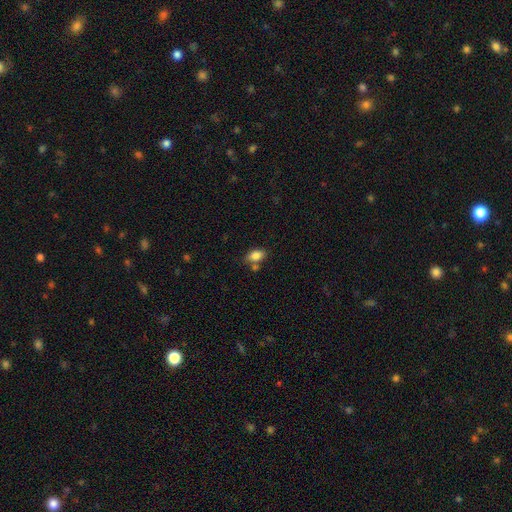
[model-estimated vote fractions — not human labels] smooth 85%, star or artifact 9%, featured or disk 7%. Down the decision tree: how rounded — in between (87%); merging — none (67%).